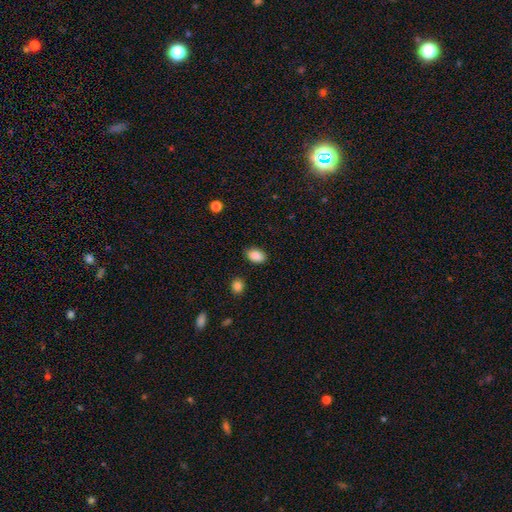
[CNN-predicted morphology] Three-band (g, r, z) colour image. It shows a smooth galaxy with no disk features (89%) that is in between round and cigar-shaped (88%). Merging: none (87%).